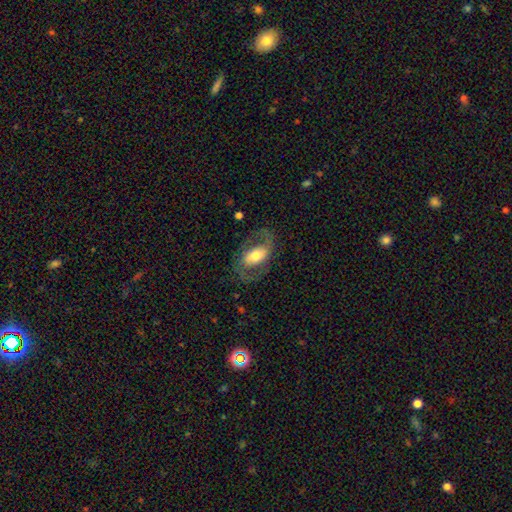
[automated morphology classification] This appears to be a featured or disk galaxy (69%) with a weak bar (37%), 2 (87%) medium (52%) spiral arms (78%) and a moderate central bulge (57%). Merging: none (72%).